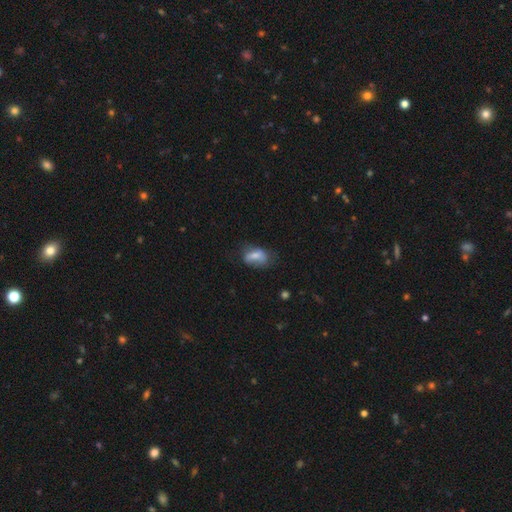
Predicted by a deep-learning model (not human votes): A smooth galaxy with no disk features (66%) that is in between round and cigar-shaped (85%).

Vote fractions:
- Smooth or featured? smooth: 66% / featured or disk: 25% / star or artifact: 9%
- How rounded? in between: 85% / round: 10% / cigar-shaped: 5%
- Merging? none: 47% / minor disturbance: 32% / major disturbance: 18% / merger: 3%